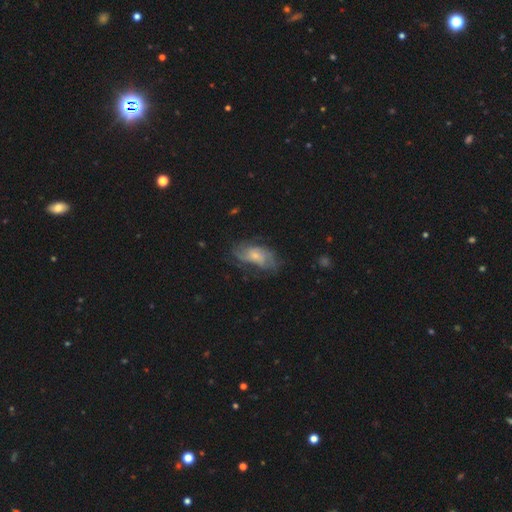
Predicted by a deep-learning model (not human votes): A featured or disk galaxy (68%) with no bar (69%), medium (42%) spiral arms (87%) and a small central bulge (59%).

Vote fractions:
- Smooth or featured? featured or disk: 68% / smooth: 24% / star or artifact: 8%
- Edge-on disk? no: 95% / yes: 5%
- Bar? no: 69% / weak: 27% / strong: 4%
- Spiral arms? yes: 87% / no: 13%
- Spiral winding? medium: 42% / tight: 36% / loose: 22%
- Spiral arm count? can't tell: 39% / 2: 27% / 3: 16% / 4: 8% / 1: 5% / more than 4: 4%
- Bulge size? small: 59% / moderate: 30% / none: 6% / large: 3% / dominant: 1%
- Merging? none: 59% / minor disturbance: 23% / major disturbance: 16% / merger: 2%